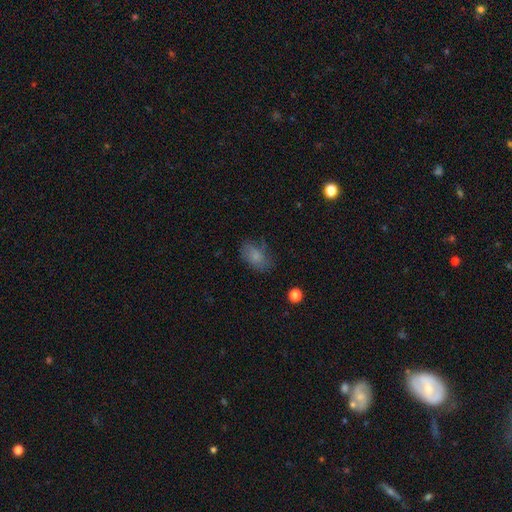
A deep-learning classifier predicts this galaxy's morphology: Smooth or featured?
  - smooth: 76% *
  - featured or disk: 14%
  - star or artifact: 10%
How rounded?
  - in between: 87% *
  - round: 11%
  - cigar-shaped: 2%
Merging?
  - none: 62% *
  - minor disturbance: 25%
  - major disturbance: 11%
  - merger: 2%